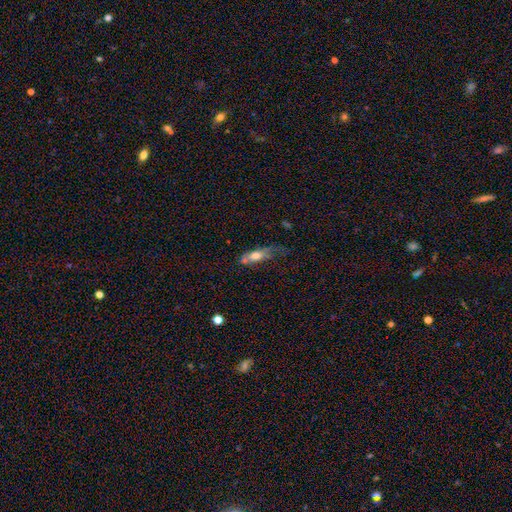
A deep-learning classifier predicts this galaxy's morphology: type=smooth (65%); roundness=in between (60%); merging=none (30%).